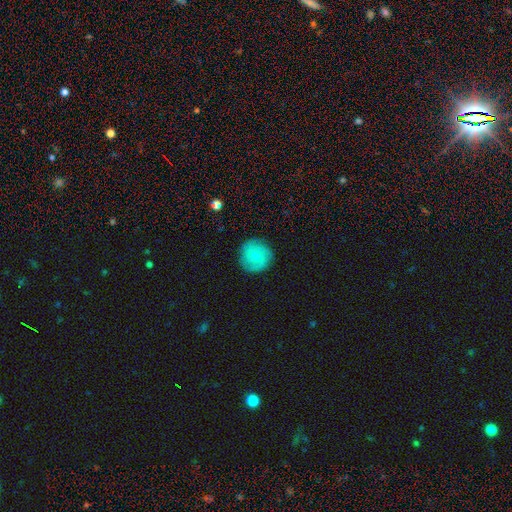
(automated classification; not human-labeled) Morphology: type=smooth (52%); roundness=round (94%); merging=none (87%).